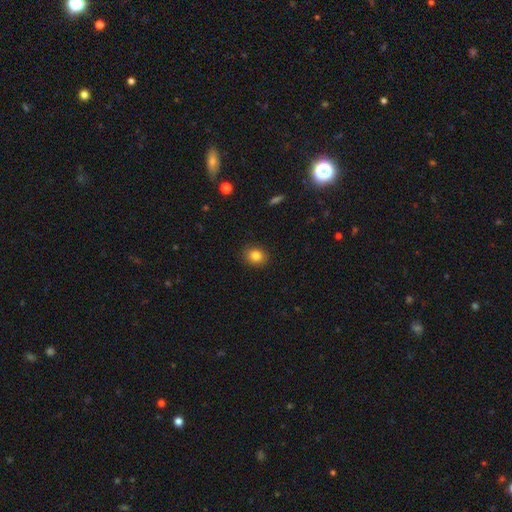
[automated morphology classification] smooth-or-featured: smooth: 83% | star or artifact: 10% | featured or disk: 7%
  how-rounded: round: 60% | in between: 39% | cigar-shaped: 1%
  merging: none: 89% | minor disturbance: 8% | major disturbance: 2% | merger: 1%